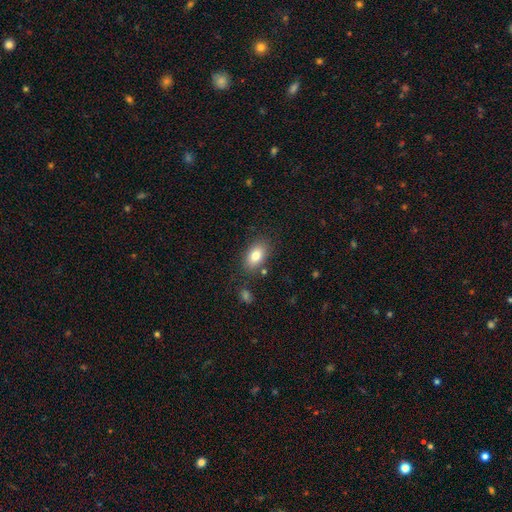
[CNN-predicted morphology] Smooth or featured? smooth (81%)
How rounded? in between (88%)
Merging? none (81%)